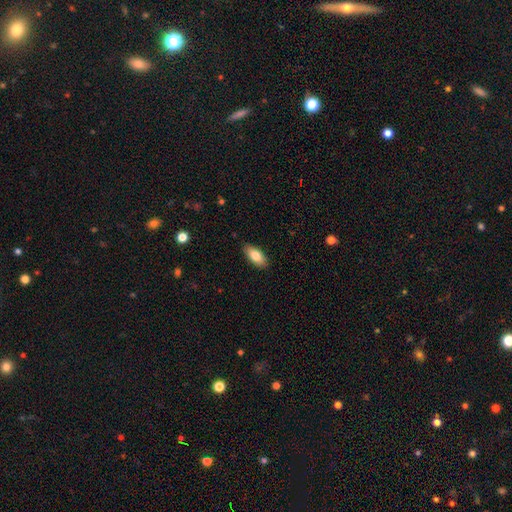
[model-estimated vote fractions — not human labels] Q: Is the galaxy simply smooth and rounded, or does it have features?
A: smooth — 80%.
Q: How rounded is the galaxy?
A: in between — 87%.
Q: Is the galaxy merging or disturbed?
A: none — 88%.